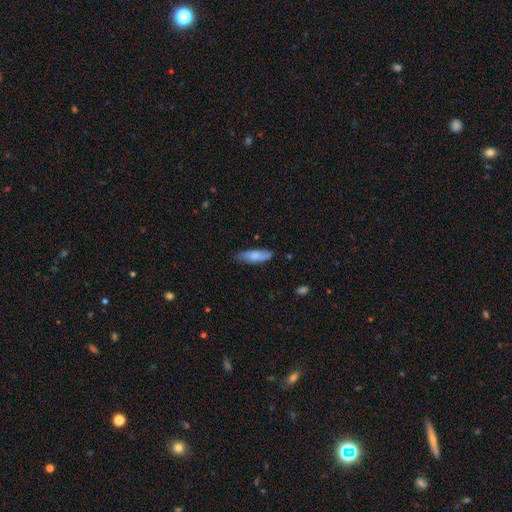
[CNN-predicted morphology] A smooth galaxy with no disk features (75%) that is in between round and cigar-shaped (55%). Merging: none (78%).